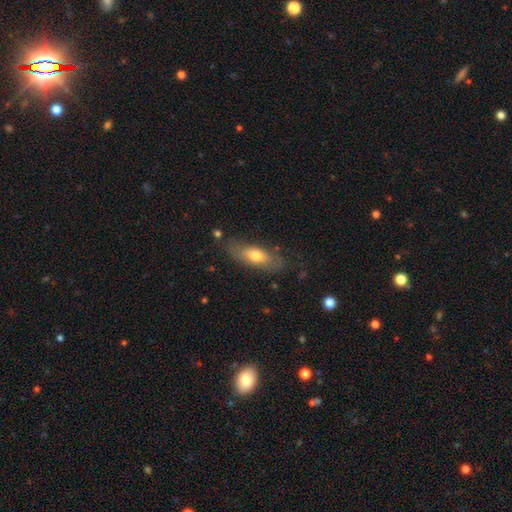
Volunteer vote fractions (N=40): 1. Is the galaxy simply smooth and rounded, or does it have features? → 57% smooth, 30% featured or disk, 12% star or artifact.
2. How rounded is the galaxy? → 70% in between, 26% cigar-shaped, 4% round.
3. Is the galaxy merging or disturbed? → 77% none, 14% minor disturbance, 6% merger, 3% major disturbance.